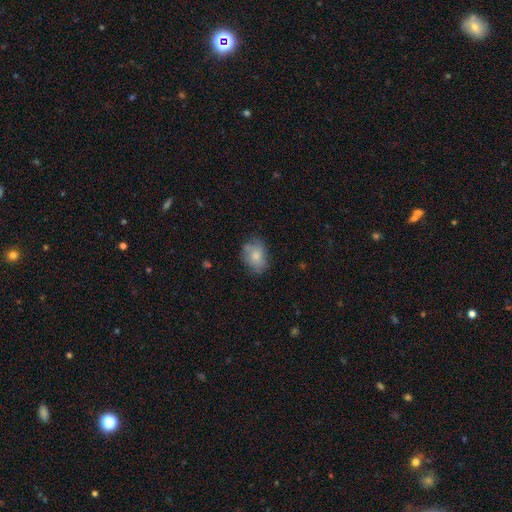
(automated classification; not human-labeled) Smooth or featured: smooth — 69% (featured or disk — 23%)
How rounded: in between — 69% (round — 30%)
Merging: none — 64% (minor disturbance — 25%)